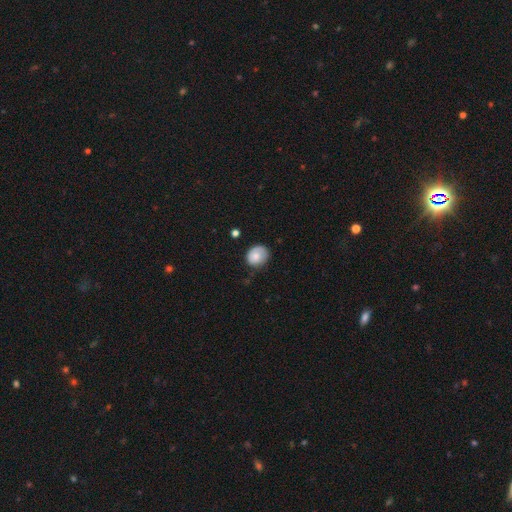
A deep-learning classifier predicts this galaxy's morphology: Overall: smooth (75%). How rounded: round (65%; in between 35%). Merging: none (64%; minor disturbance 27%).